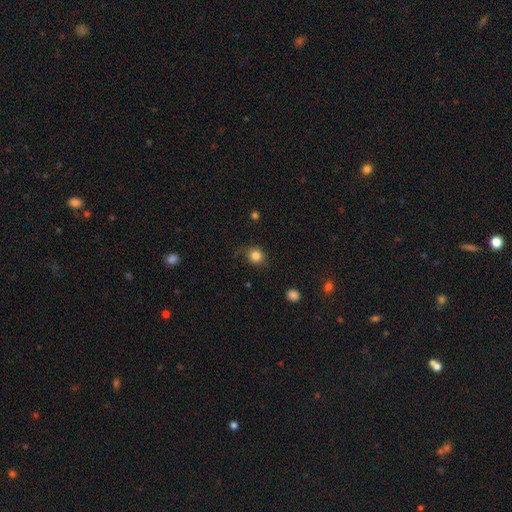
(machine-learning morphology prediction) smooth-or-featured: smooth: 83% | star or artifact: 11% | featured or disk: 6%
  how-rounded: round: 82% | in between: 17% | cigar-shaped: 1%
  merging: none: 76% | minor disturbance: 18% | major disturbance: 5% | merger: 1%